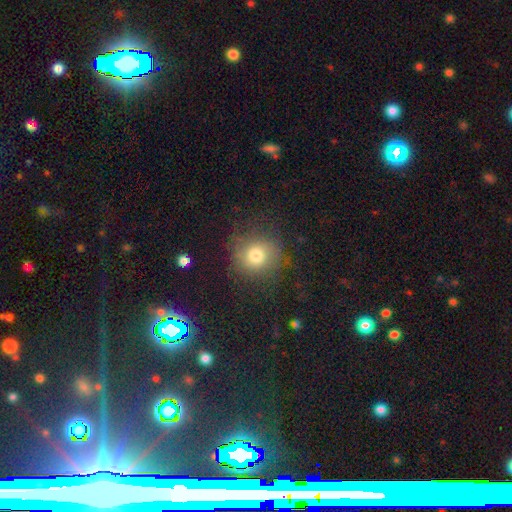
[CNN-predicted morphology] smooth-or-featured: smooth: 75% | star or artifact: 14% | featured or disk: 11%
  how-rounded: round: 86% | in between: 13% | cigar-shaped: 1%
  merging: none: 78% | minor disturbance: 13% | major disturbance: 7% | merger: 1%